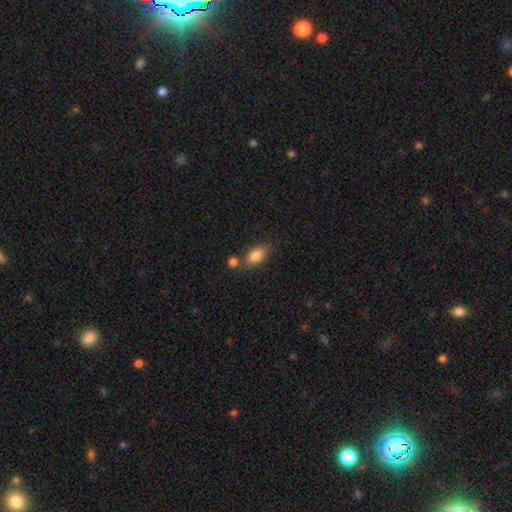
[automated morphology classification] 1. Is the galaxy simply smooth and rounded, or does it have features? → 83% smooth, 9% featured or disk, 8% star or artifact.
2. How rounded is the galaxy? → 85% in between, 8% round, 7% cigar-shaped.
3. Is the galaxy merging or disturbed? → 62% none, 18% merger, 15% minor disturbance, 4% major disturbance.